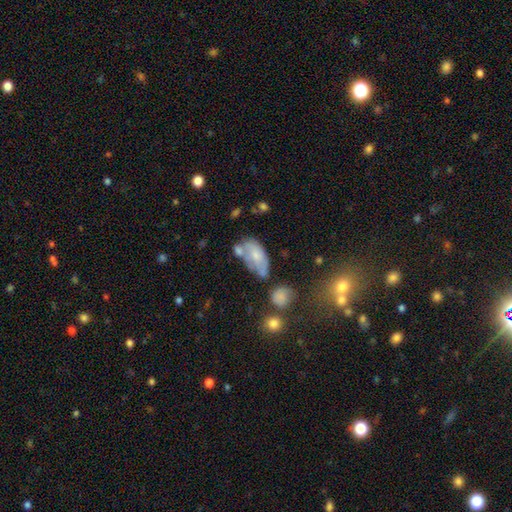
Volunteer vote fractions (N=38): smooth-or-featured: featured or disk: 50% | smooth: 45% | star or artifact: 5%
  disk-edge-on: no: 89% | yes: 11%
    bar: no: 59% | weak: 35% | strong: 6%
    has-spiral-arms: no: 53% | yes: 47%
    bulge-size: moderate: 47% | small: 41% | large: 6% | none: 6% | dominant: 0%
  merging: minor disturbance: 36% | none: 28% | merger: 19% | major disturbance: 17%